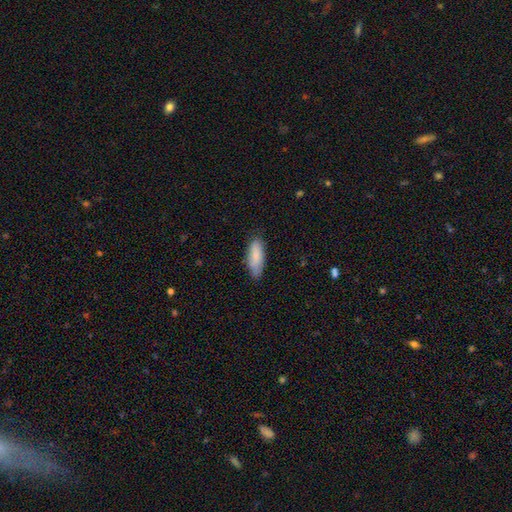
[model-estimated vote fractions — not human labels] Q: Smooth or featured?
A: smooth (84%); runner-up: featured or disk (10%)
Q: How rounded?
A: in between (67%); runner-up: cigar-shaped (31%)
Q: Merging?
A: none (76%); runner-up: minor disturbance (20%)